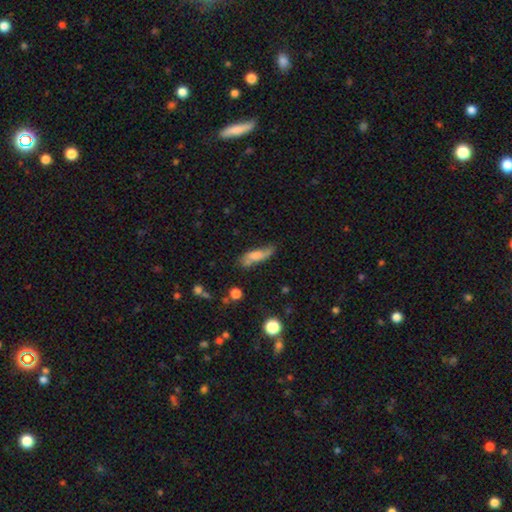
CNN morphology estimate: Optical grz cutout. It shows a smooth galaxy with no disk features (64%) that is in between round and cigar-shaped (55%). Merging: none (49%).